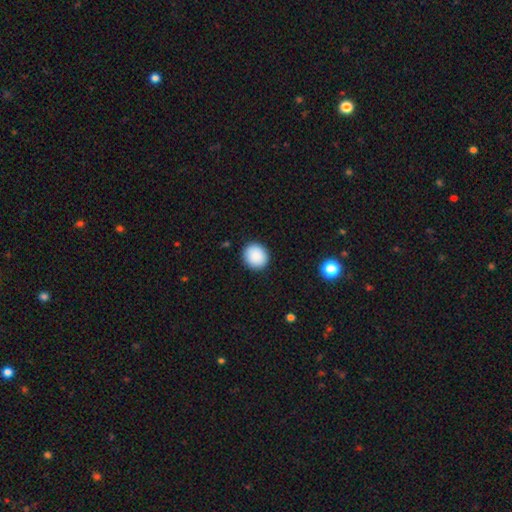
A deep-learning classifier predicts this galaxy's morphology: Smooth or featured?
  - smooth: 89% *
  - star or artifact: 7%
  - featured or disk: 4%
How rounded?
  - round: 82% *
  - in between: 17%
  - cigar-shaped: 1%
Merging?
  - none: 91% *
  - minor disturbance: 6%
  - major disturbance: 2%
  - merger: 1%